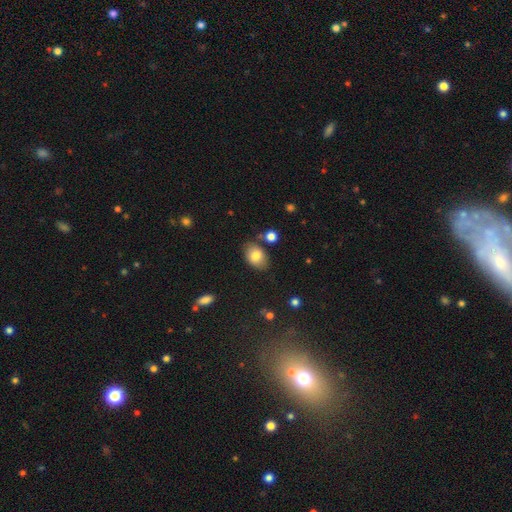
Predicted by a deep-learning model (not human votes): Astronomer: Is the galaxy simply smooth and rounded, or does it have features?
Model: smooth — 81%.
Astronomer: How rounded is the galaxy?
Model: in between — 82%.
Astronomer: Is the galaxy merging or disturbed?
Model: none — 75%.